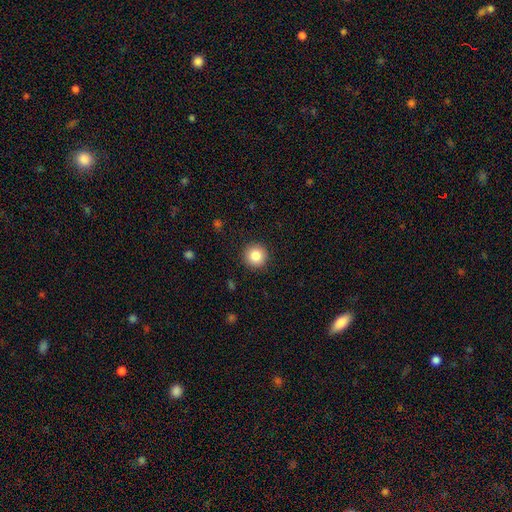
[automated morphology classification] type=smooth (85%); roundness=round (96%); merging=none (92%).